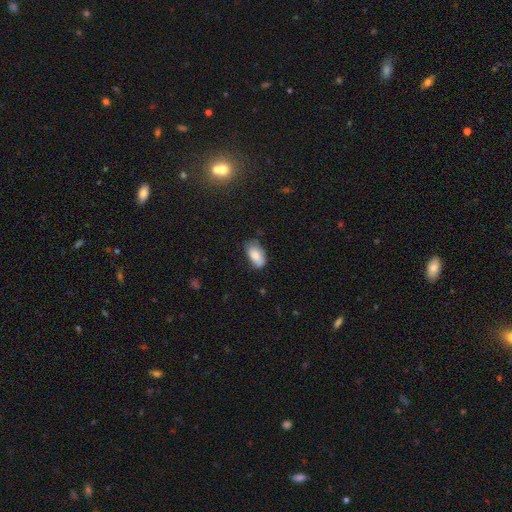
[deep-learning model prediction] This is clearly a smooth galaxy (82%). How rounded: clearly in between (93%). Merging: possibly none (59%).